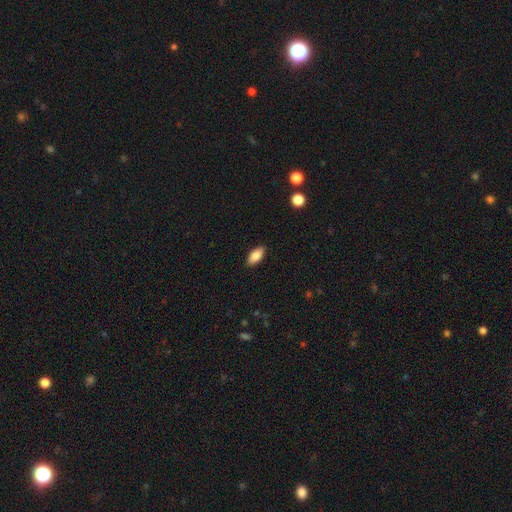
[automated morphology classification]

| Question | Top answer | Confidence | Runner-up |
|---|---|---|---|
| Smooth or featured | smooth | 86% | featured or disk (7%) |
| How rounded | in between | 89% | cigar-shaped (9%) |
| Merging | none | 89% | minor disturbance (8%) |